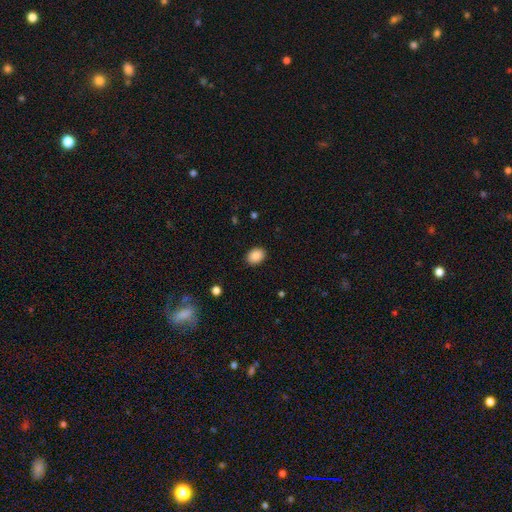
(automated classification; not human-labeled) The model was most divided on "how rounded": in between: 67%, round: 32%, cigar-shaped: 1%. More confident: smooth or featured — smooth (89%); merging — none (88%).